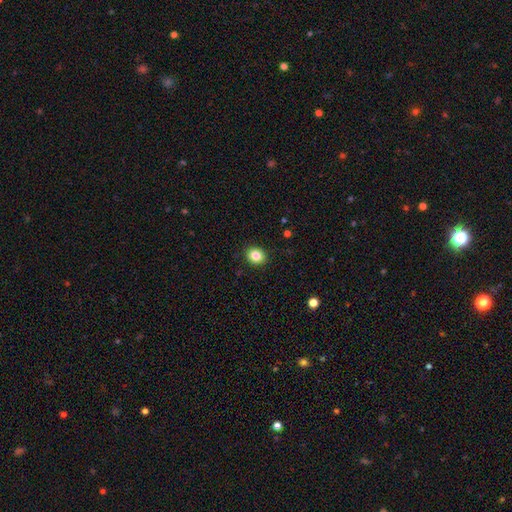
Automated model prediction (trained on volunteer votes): Smooth or featured?
  - smooth: 84% *
  - star or artifact: 10%
  - featured or disk: 6%
How rounded?
  - round: 65% *
  - in between: 34%
  - cigar-shaped: 1%
Merging?
  - none: 90% *
  - minor disturbance: 7%
  - major disturbance: 2%
  - merger: 1%